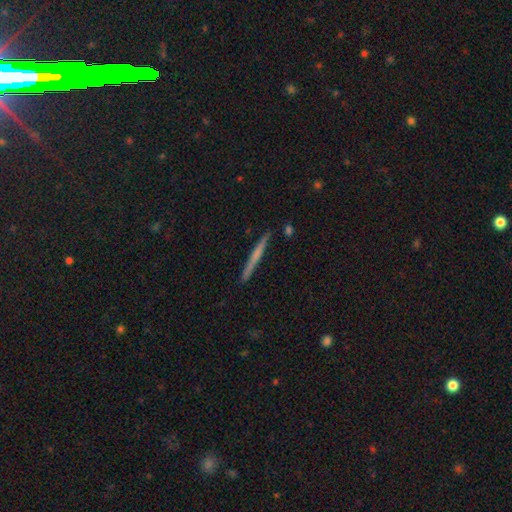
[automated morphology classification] Smooth or featured? Predicted: featured or disk (p=0.50). Edge-on disk? Predicted: yes (p=0.98). Merging? Predicted: none (p=0.91).